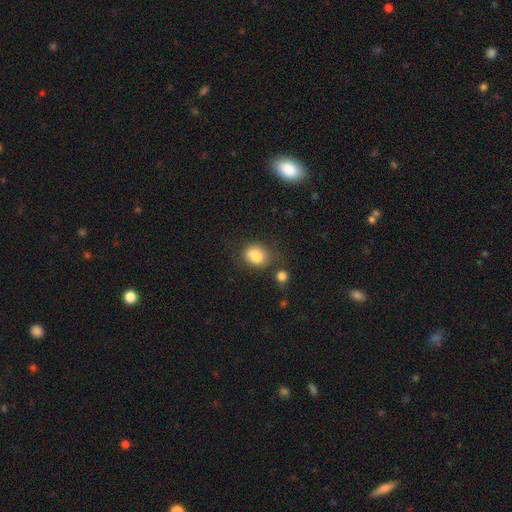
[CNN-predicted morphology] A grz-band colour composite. It shows a smooth galaxy with no disk features (83%) that is in between round and cigar-shaped (53%). Merging: none (64%).